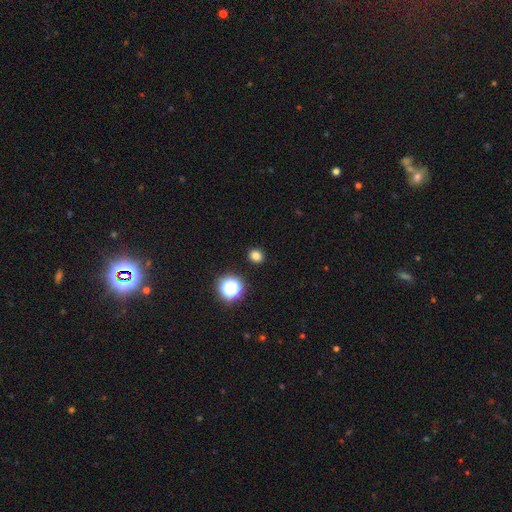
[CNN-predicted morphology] Smooth or featured: smooth — 79% (star or artifact — 16%)
How rounded: round — 73% (in between — 26%)
Merging: none — 91% (minor disturbance — 6%)